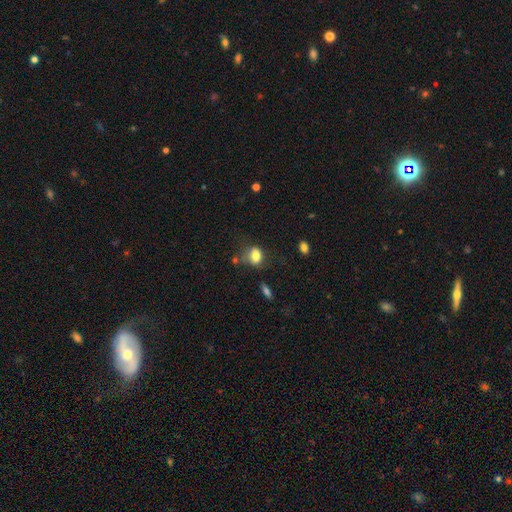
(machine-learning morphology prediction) Smooth or featured: smooth — 78% (featured or disk — 12%)
How rounded: in between — 64% (round — 34%)
Merging: none — 51% (minor disturbance — 27%)